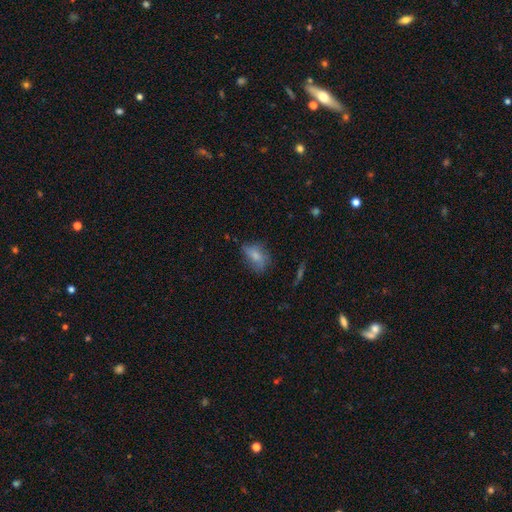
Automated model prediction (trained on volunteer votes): Smooth or featured?
  - smooth: 72% *
  - featured or disk: 18%
  - star or artifact: 10%
How rounded?
  - in between: 83% *
  - round: 12%
  - cigar-shaped: 5%
Merging?
  - none: 51% *
  - minor disturbance: 32%
  - major disturbance: 14%
  - merger: 2%